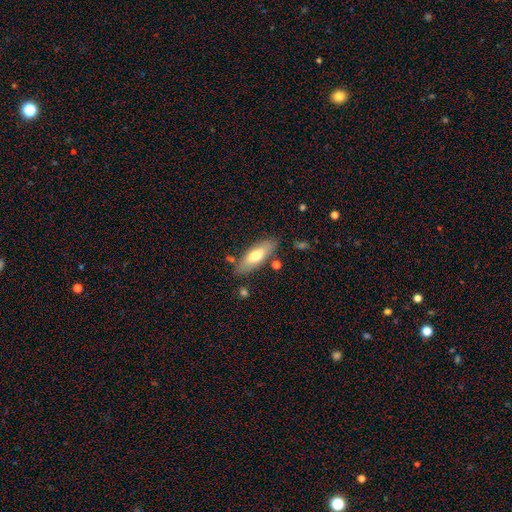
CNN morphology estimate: Smooth or featured?
  - smooth: 67% *
  - featured or disk: 27%
  - star or artifact: 6%
How rounded?
  - in between: 64% *
  - cigar-shaped: 34%
  - round: 2%
Merging?
  - none: 79% *
  - minor disturbance: 14%
  - merger: 4%
  - major disturbance: 3%